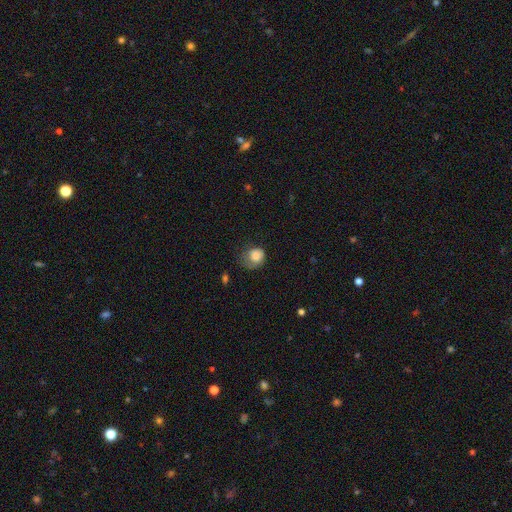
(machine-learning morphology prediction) A smooth galaxy with no disk features (80%) that is round (65%). Merging: none (34%).